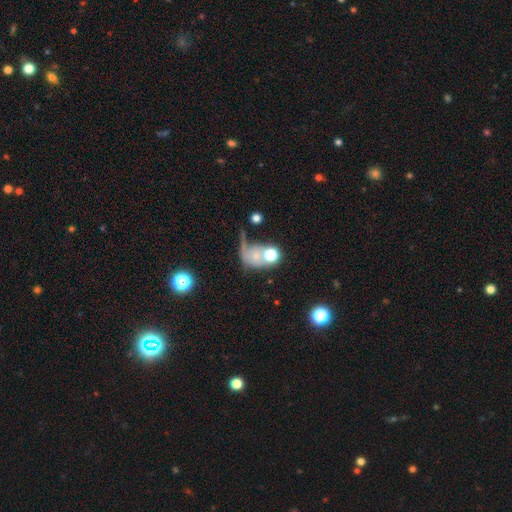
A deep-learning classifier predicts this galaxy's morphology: The model was most divided on "merging": merger: 34%, major disturbance: 33%, none: 19%, minor disturbance: 14%. More confident: smooth or featured — smooth (53%); how rounded — in between (51%).